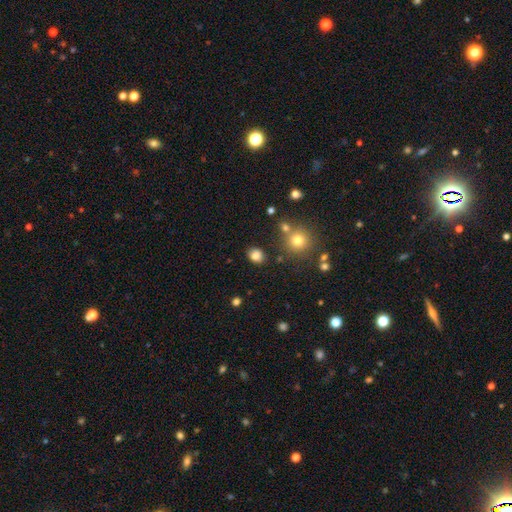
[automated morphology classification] Smooth or featured? smooth (82%)
How rounded? in between (52%)
Merging? none (81%)